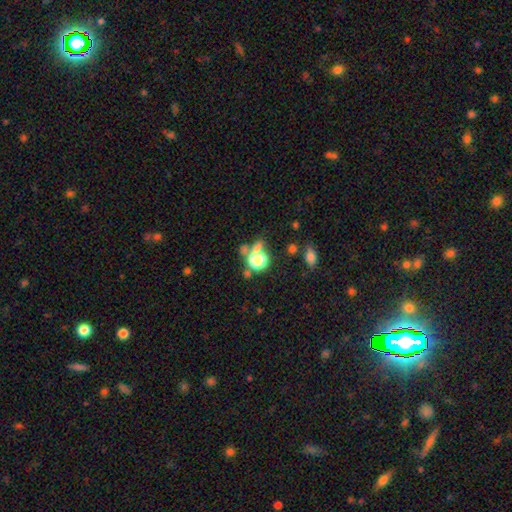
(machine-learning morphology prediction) This is possibly a smooth galaxy (46%). Merging: likely none (65%).